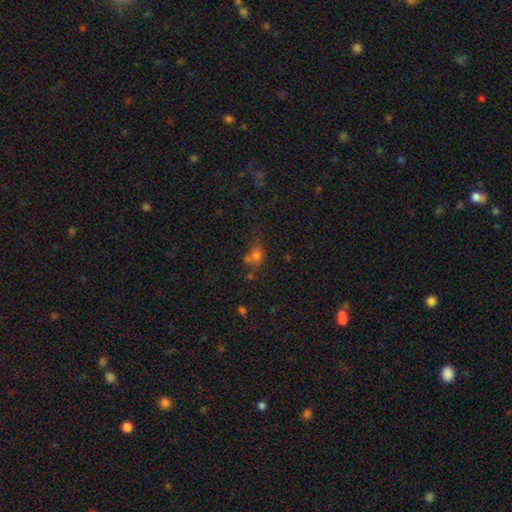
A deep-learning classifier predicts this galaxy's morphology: Smooth or featured? Predicted: smooth (p=0.65). How rounded? Predicted: round (p=0.61). Merging? Predicted: none (p=0.44).